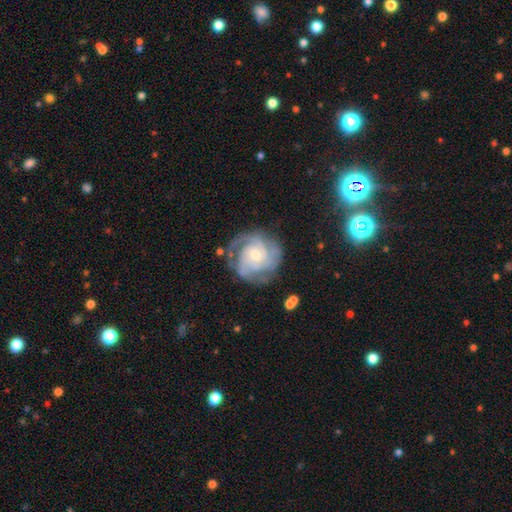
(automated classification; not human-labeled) Smooth or featured? Predicted: featured or disk (p=0.89). Edge-on disk? Predicted: no (p=0.98). Bar? Predicted: no (p=0.69). Spiral arms? Predicted: yes (p=0.98). Spiral winding? Predicted: tight (p=0.68). Spiral arm count? Predicted: 3 (p=0.38). Bulge size? Predicted: small (p=0.52). Merging? Predicted: none (p=0.73).